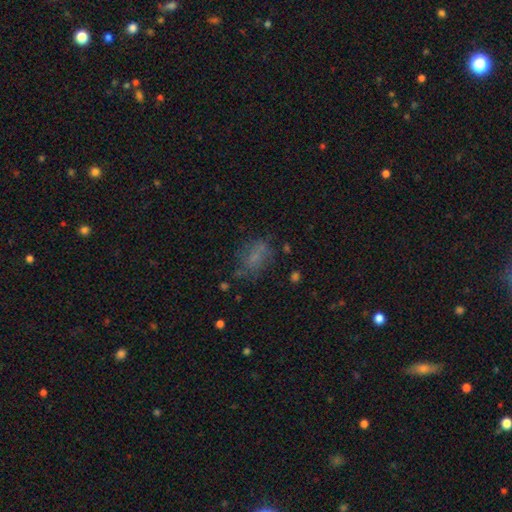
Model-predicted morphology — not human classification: Smooth or featured? Predicted: smooth (p=0.56). How rounded? Predicted: in between (p=0.73). Merging? Predicted: none (p=0.54).